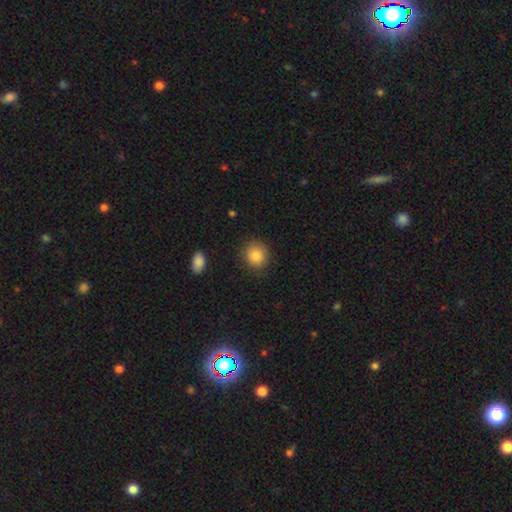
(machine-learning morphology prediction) Q: Smooth or featured?
A: smooth (85%); runner-up: star or artifact (9%)
Q: How rounded?
A: round (83%); runner-up: in between (16%)
Q: Merging?
A: none (86%); runner-up: minor disturbance (10%)